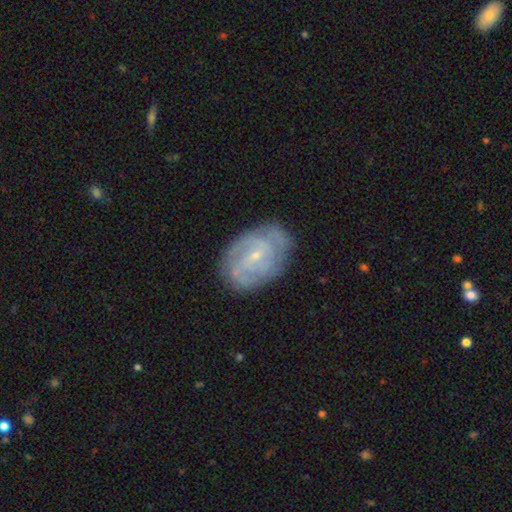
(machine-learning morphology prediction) Smooth or featured? featured or disk (77%)
Edge-on disk? no (97%)
Bar? no (48%)
Spiral arms? yes (89%)
Spiral winding? tight (57%)
Spiral arm count? can't tell (38%)
Bulge size? small (80%)
Merging? none (76%)